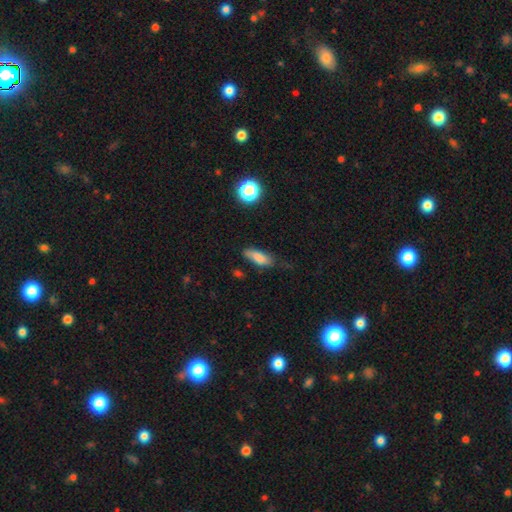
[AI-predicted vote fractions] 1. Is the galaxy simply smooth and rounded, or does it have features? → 77% smooth, 13% featured or disk, 10% star or artifact.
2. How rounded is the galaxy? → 69% in between, 27% cigar-shaped, 5% round.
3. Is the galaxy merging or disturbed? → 58% none, 31% minor disturbance, 9% major disturbance, 3% merger.